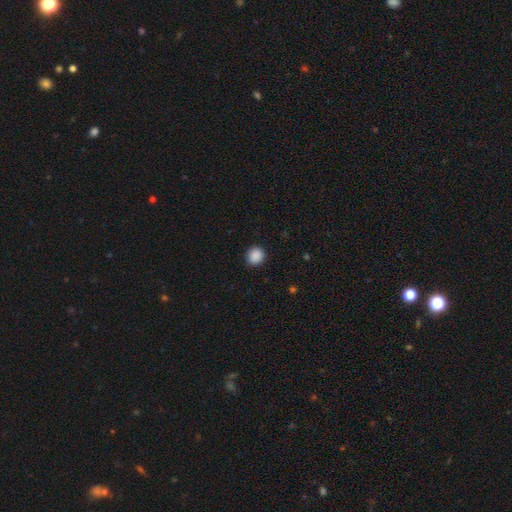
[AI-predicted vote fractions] Overall: smooth (89%). How rounded: round (90%). Merging: none (91%).